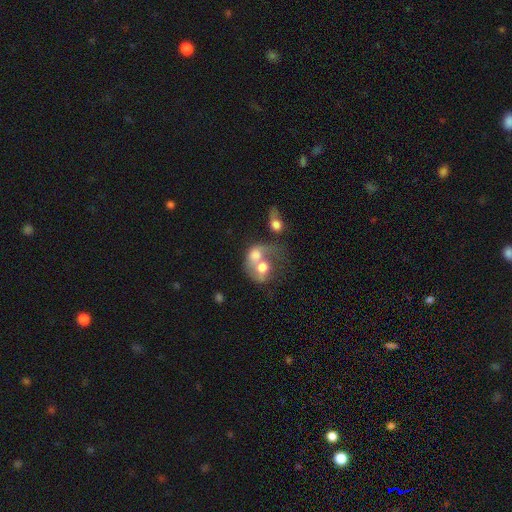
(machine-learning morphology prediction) A smooth galaxy with no disk features (55%) that is in between round and cigar-shaped (50%).

Vote fractions:
- Smooth or featured? smooth: 55% / featured or disk: 35% / star or artifact: 9%
- How rounded? in between: 50% / round: 48% / cigar-shaped: 1%
- Merging? merger: 73% / major disturbance: 11% / none: 11% / minor disturbance: 6%